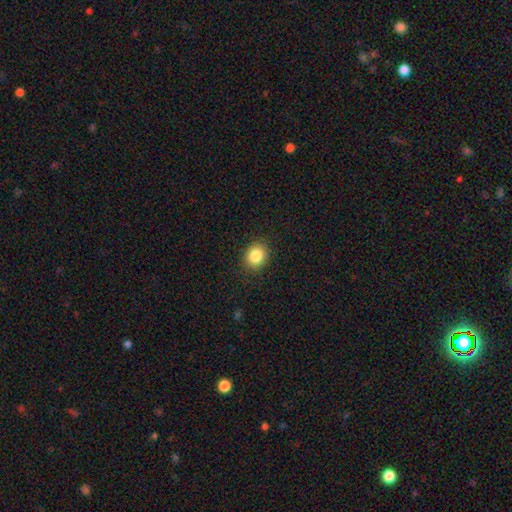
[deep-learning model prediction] Smooth or featured?
  - smooth: 85% *
  - star or artifact: 9%
  - featured or disk: 5%
How rounded?
  - round: 62% *
  - in between: 37%
  - cigar-shaped: 1%
Merging?
  - none: 88% *
  - minor disturbance: 9%
  - major disturbance: 2%
  - merger: 1%